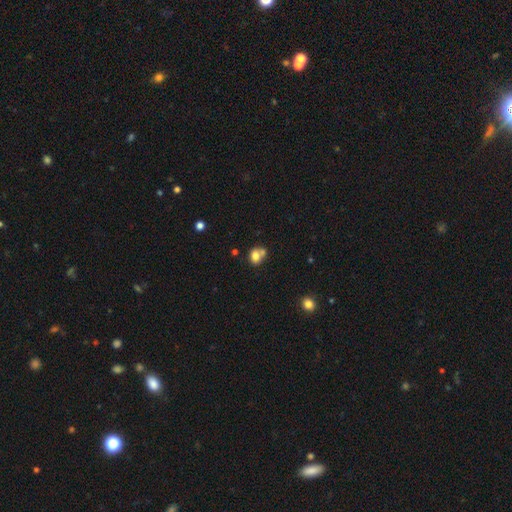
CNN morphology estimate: type=smooth (76%); roundness=round (58%); merging=merger (43%).